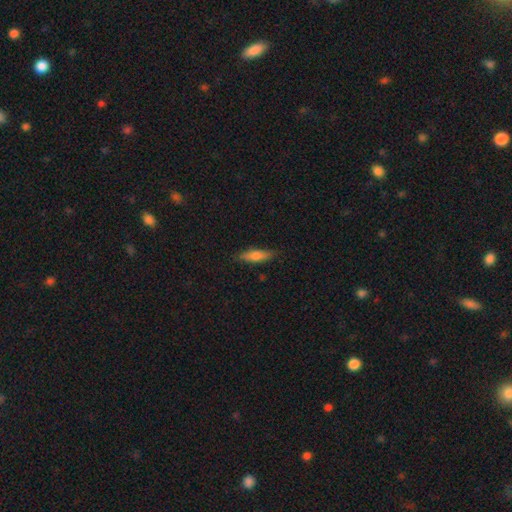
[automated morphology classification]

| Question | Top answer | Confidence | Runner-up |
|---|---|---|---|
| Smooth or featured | smooth | 69% | featured or disk (24%) |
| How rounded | cigar-shaped | 61% | in between (37%) |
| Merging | none | 84% | minor disturbance (12%) |